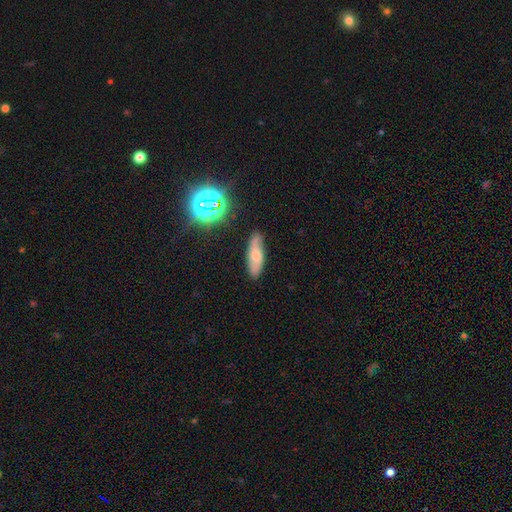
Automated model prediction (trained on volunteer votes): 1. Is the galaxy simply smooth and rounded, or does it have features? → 53% smooth, 35% featured or disk, 12% star or artifact.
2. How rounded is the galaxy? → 50% in between, 46% cigar-shaped, 3% round.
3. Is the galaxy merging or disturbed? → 78% none, 17% minor disturbance, 3% major disturbance, 2% merger.